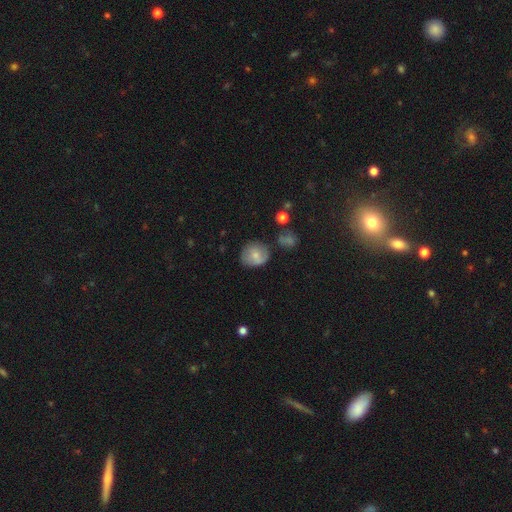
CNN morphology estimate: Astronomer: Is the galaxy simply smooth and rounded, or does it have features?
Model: smooth — 70%.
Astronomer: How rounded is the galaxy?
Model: round — 72%.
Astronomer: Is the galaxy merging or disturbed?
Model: none — 62%.